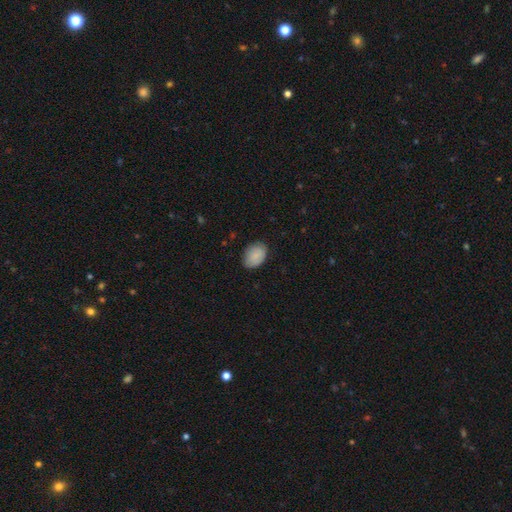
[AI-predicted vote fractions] The model was most divided on "how rounded": in between: 78%, round: 21%, cigar-shaped: 1%. More confident: smooth or featured — smooth (84%); merging — none (78%).